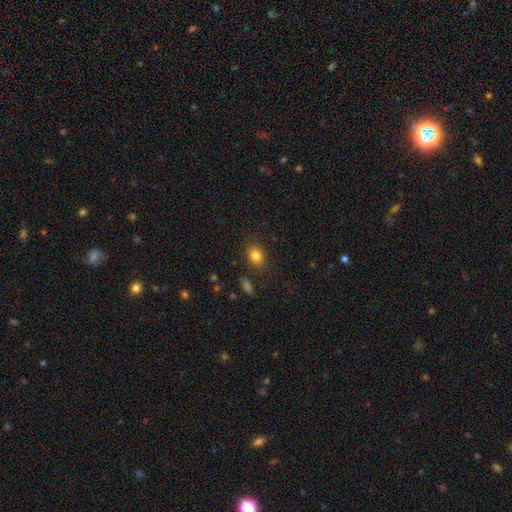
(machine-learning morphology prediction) smooth_or_featured: smooth (p=0.82) [alt: star or artifact p=0.11]
how_rounded: in between (p=0.58) [alt: round p=0.40]
merging: none (p=0.84) [alt: minor disturbance p=0.11]